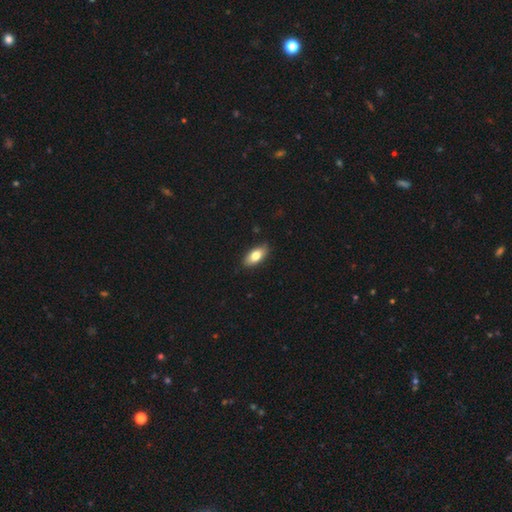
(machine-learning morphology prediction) A smooth galaxy with no disk features (78%) that is in between round and cigar-shaped (88%). Merging: none (87%).